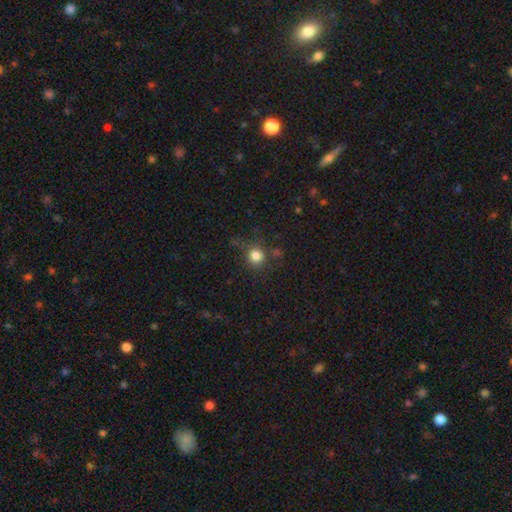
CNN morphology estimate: Smooth or featured? smooth (81%)
How rounded? round (91%)
Merging? none (78%)